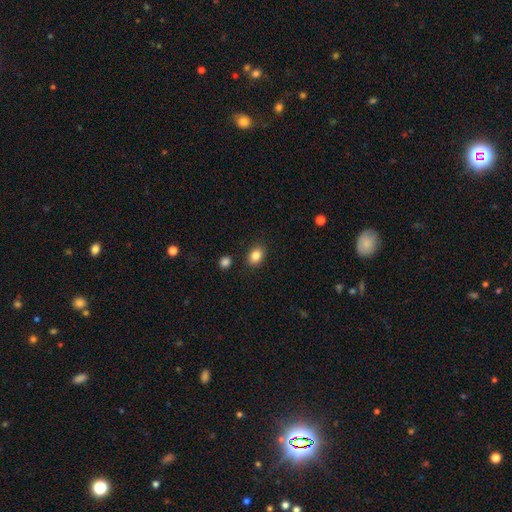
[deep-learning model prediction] A smooth galaxy with no disk features (86%) that is in between round and cigar-shaped (69%).

Vote fractions:
- Smooth or featured? smooth: 86% / star or artifact: 9% / featured or disk: 5%
- How rounded? in between: 69% / round: 30% / cigar-shaped: 1%
- Merging? none: 86% / minor disturbance: 9% / merger: 3% / major disturbance: 2%